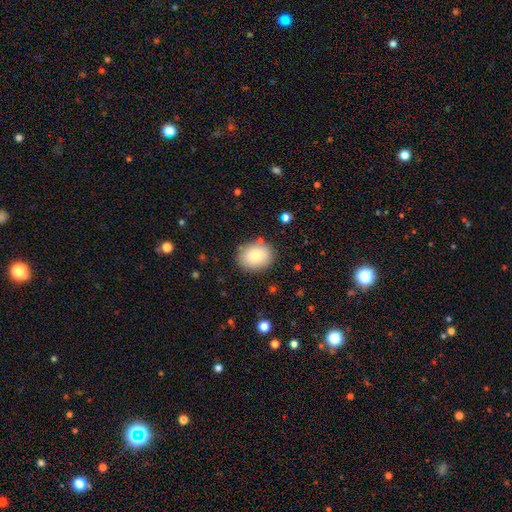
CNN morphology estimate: This appears to be a smooth galaxy with no disk features (81%) that is in between round and cigar-shaped (52%). Merging: none (85%).